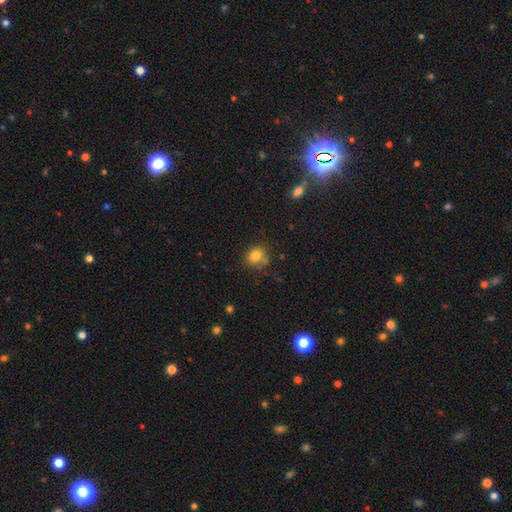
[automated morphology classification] type=smooth (80%); roundness=round (67%); merging=none (67%).